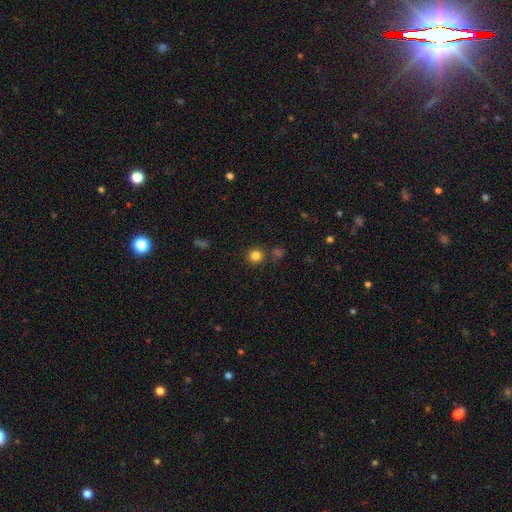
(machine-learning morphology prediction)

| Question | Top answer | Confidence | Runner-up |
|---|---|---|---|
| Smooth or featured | smooth | 82% | star or artifact (13%) |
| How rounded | round | 92% | in between (7%) |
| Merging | none | 83% | minor disturbance (7%) |